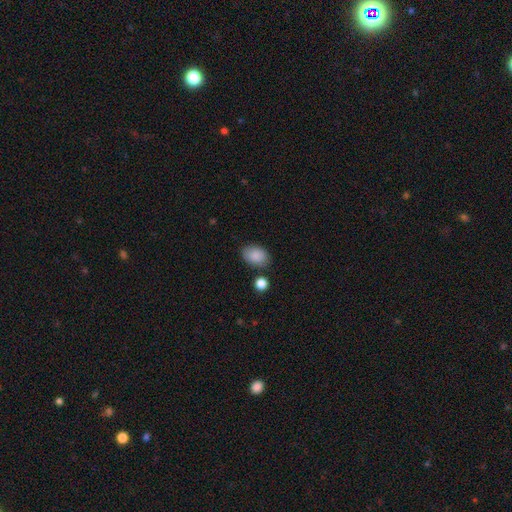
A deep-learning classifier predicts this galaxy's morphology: smooth 87%, star or artifact 7%, featured or disk 5%. Down the decision tree: how rounded — in between (82%); merging — none (79%).